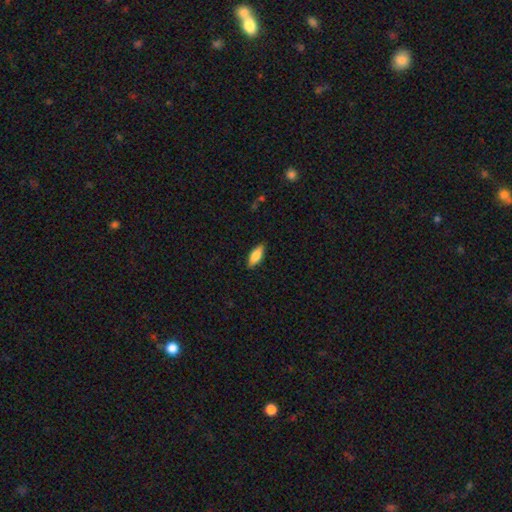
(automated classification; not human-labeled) Q: Smooth or featured?
A: smooth (75%); runner-up: featured or disk (19%)
Q: How rounded?
A: in between (67%); runner-up: cigar-shaped (31%)
Q: Merging?
A: none (87%); runner-up: minor disturbance (10%)